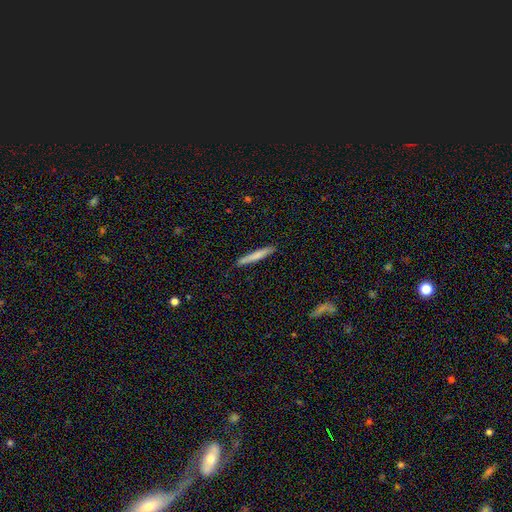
Volunteers were most divided on "smooth or featured": smooth: 62%, featured or disk: 32%, star or artifact: 5%. More confident: how rounded — cigar-shaped (100%); merging — none (94%).